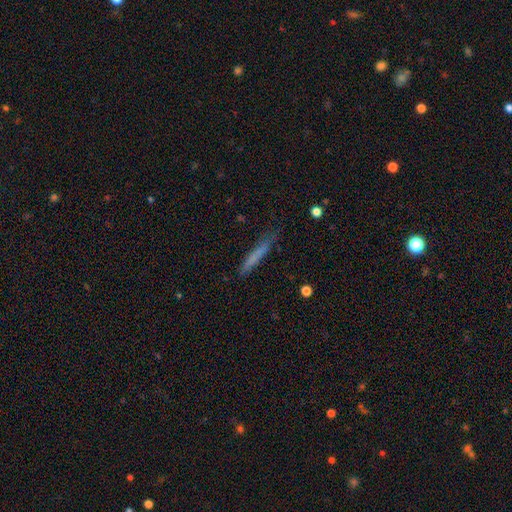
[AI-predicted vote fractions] smooth 68%, featured or disk 24%, star or artifact 8%. Down the decision tree: how rounded — cigar-shaped (95%); merging — none (73%).